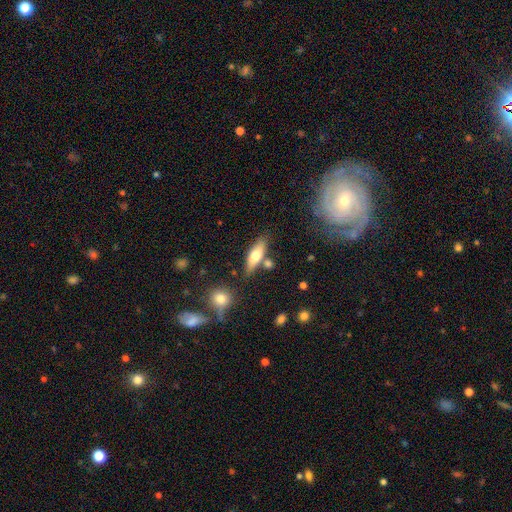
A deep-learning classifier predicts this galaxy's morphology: Overall: smooth (64%; featured or disk 29%). How rounded: in between (57%; cigar-shaped 40%). Merging: none (71%).